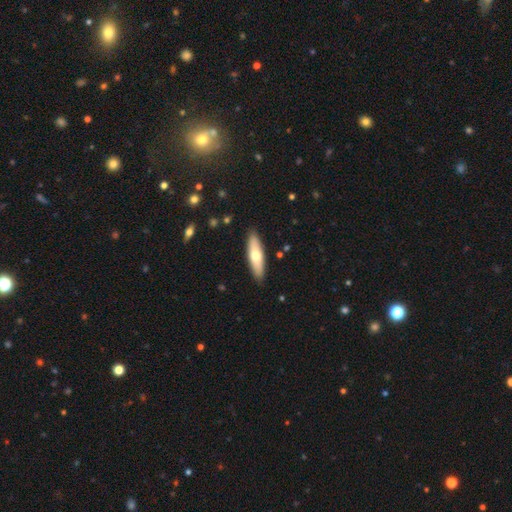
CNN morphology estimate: Smooth or featured? Predicted: smooth (p=0.63). How rounded? Predicted: cigar-shaped (p=0.59). Merging? Predicted: none (p=0.89).